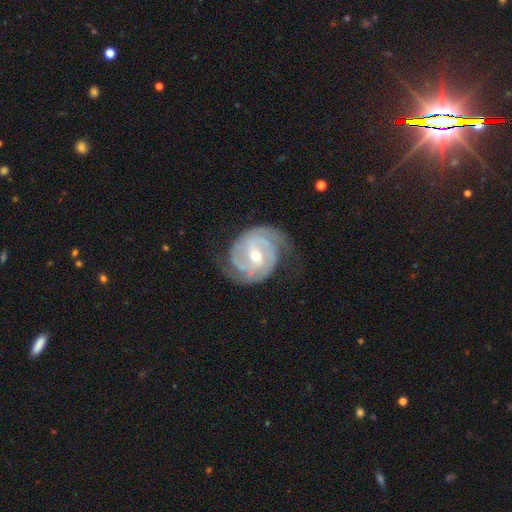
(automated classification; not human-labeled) This appears to be a featured or disk galaxy (90%) with a weak bar (49%), 2 (59%) tight (60%) spiral arms (98%) and a moderate central bulge (59%). Merging: none (72%).